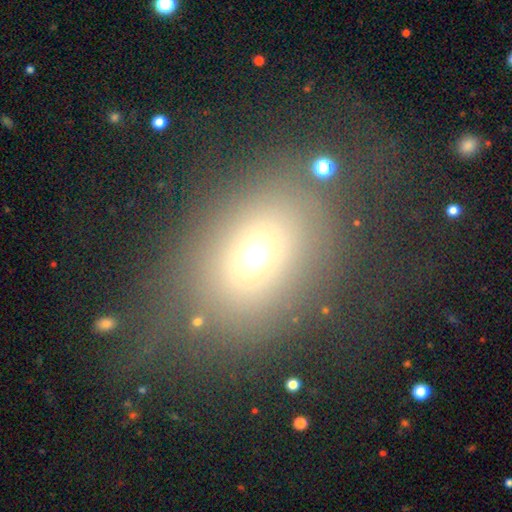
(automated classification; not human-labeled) This appears to be a smooth galaxy with no disk features (61%) that is in between round and cigar-shaped (52%). Merging: none (57%).